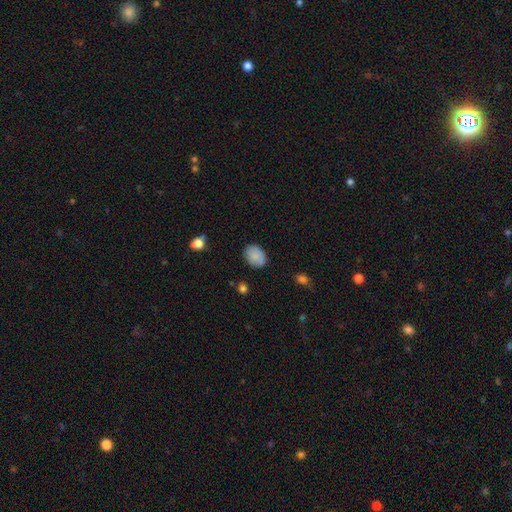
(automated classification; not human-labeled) This is clearly a smooth galaxy (84%). How rounded: likely in between (68%). Merging: clearly none (82%).